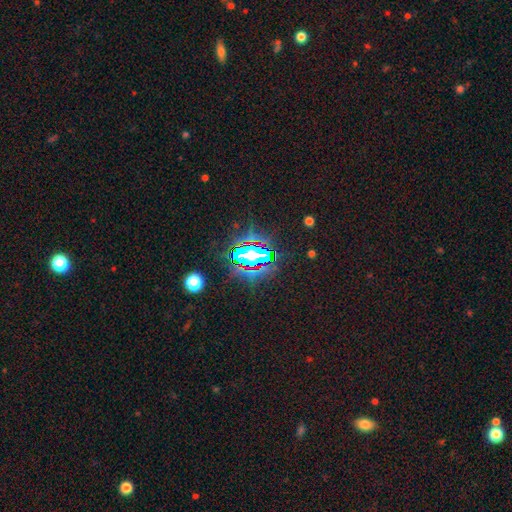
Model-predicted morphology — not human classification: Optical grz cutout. It shows a star or artifact, not a galaxy (74%).